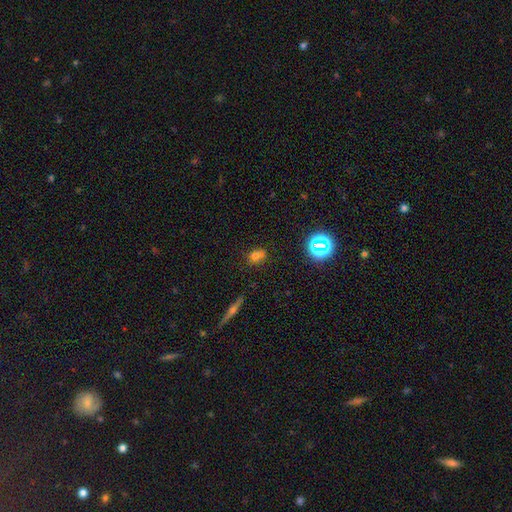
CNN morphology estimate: type=smooth (61%); roundness=in between (49%); merging=none (52%).